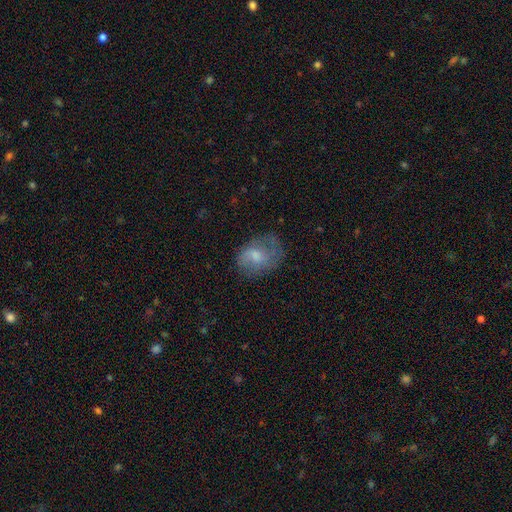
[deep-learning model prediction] A smooth galaxy with no disk features (49%).

Vote fractions:
- Smooth or featured? smooth: 49% / featured or disk: 41% / star or artifact: 10%
- Merging? none: 57% / minor disturbance: 27% / major disturbance: 15% / merger: 2%